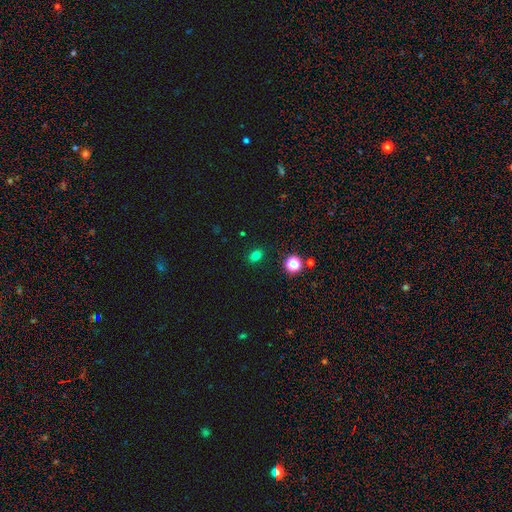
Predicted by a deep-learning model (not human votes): smooth 76%, star or artifact 18%, featured or disk 6%. Down the decision tree: how rounded — in between (64%); merging — none (88%).